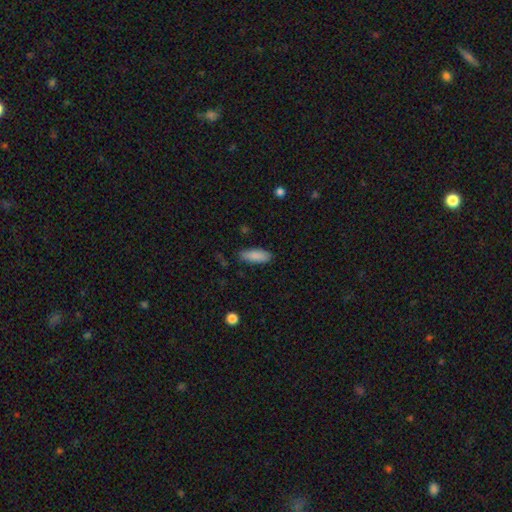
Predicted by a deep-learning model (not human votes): Morphology: type=smooth (88%); roundness=in between (71%); merging=none (82%).